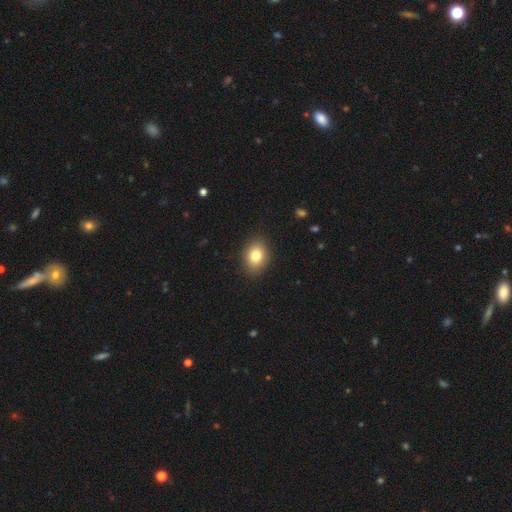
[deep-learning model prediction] Smooth or featured? Predicted: smooth (p=0.81). How rounded? Predicted: in between (p=0.60). Merging? Predicted: none (p=0.88).